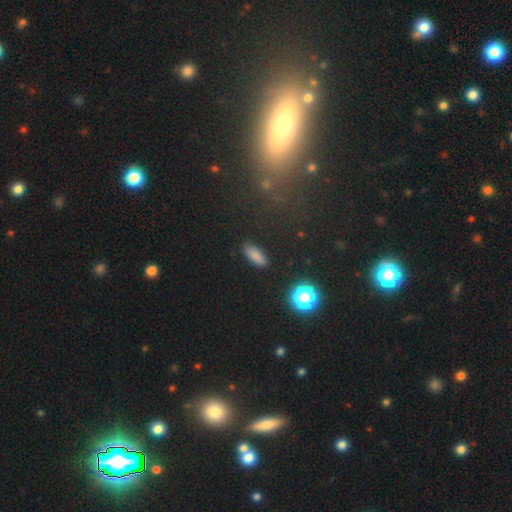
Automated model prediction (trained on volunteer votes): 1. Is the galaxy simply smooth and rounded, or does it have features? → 81% smooth, 13% star or artifact, 6% featured or disk.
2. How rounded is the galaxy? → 69% in between, 27% cigar-shaped, 4% round.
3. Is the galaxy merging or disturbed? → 86% none, 10% minor disturbance, 2% major disturbance, 1% merger.